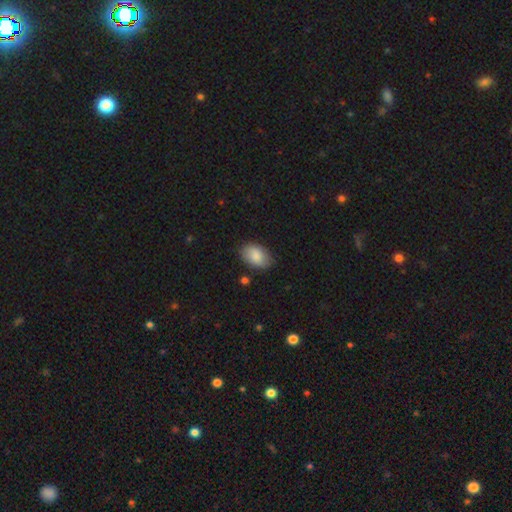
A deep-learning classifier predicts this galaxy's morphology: smooth-or-featured: smooth: 86% | featured or disk: 8% | star or artifact: 6%
  how-rounded: in between: 89% | round: 9% | cigar-shaped: 1%
  merging: none: 81% | minor disturbance: 14% | major disturbance: 3% | merger: 2%